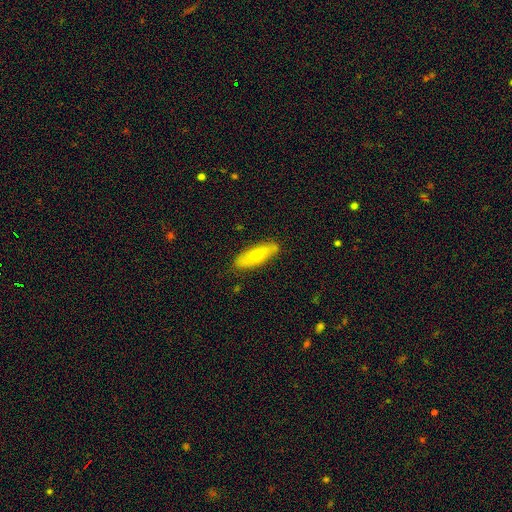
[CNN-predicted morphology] A smooth galaxy with no disk features (62%) that is in between round and cigar-shaped (53%).

Vote fractions:
- Smooth or featured? smooth: 62% / featured or disk: 32% / star or artifact: 6%
- How rounded? in between: 53% / cigar-shaped: 45% / round: 3%
- Merging? none: 83% / minor disturbance: 13% / major disturbance: 2% / merger: 2%